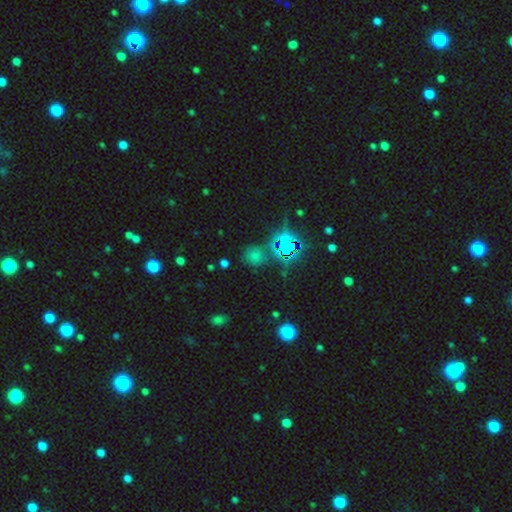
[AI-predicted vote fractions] smooth_or_featured: star or artifact (p=0.48) [alt: smooth p=0.45]